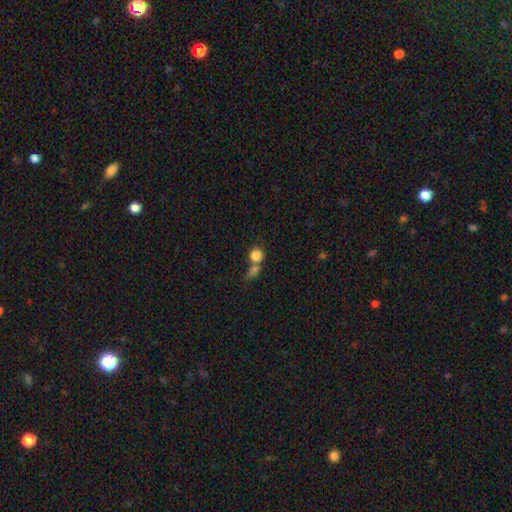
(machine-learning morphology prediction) Q: Smooth or featured?
A: smooth (82%); runner-up: star or artifact (9%)
Q: How rounded?
A: round (82%); runner-up: in between (16%)
Q: Merging?
A: merger (49%); runner-up: none (37%)